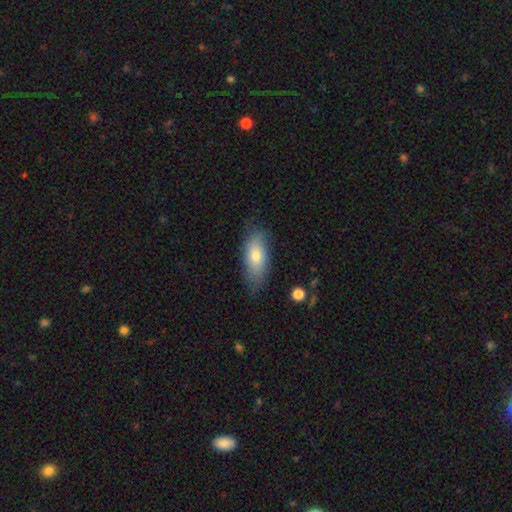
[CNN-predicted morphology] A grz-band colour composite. It shows a smooth galaxy with no disk features (70%) that is in between round and cigar-shaped (81%). Merging: none (73%).